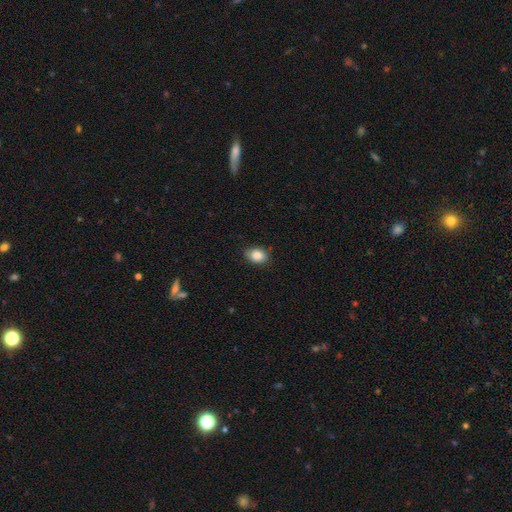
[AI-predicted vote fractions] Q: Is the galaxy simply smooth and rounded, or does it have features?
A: smooth — 86%.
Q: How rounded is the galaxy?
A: in between — 75%.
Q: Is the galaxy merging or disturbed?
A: none — 83%.